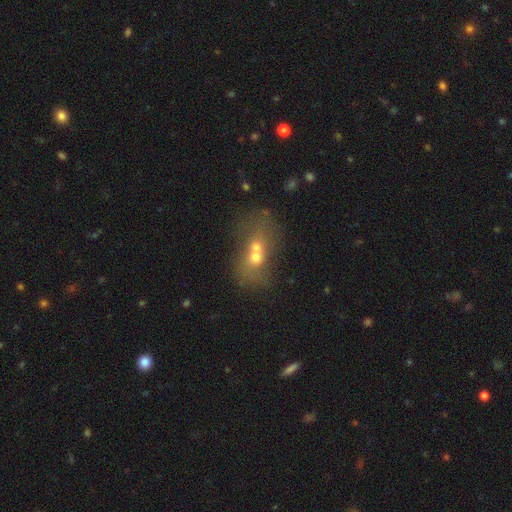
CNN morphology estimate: Overall: smooth (49%; featured or disk 36%). Merging: merger (75%).